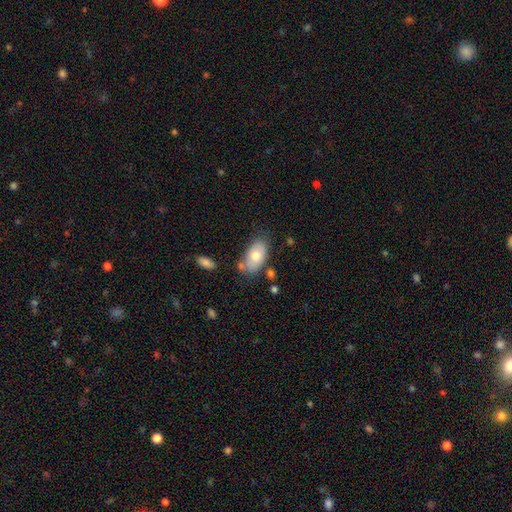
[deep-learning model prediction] A smooth galaxy with no disk features (70%) that is in between round and cigar-shaped (93%). Merging: none (66%).